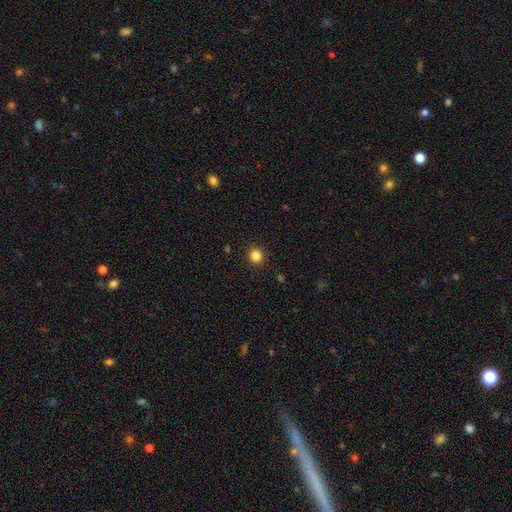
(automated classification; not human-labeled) A smooth galaxy with no disk features (85%) that is round (89%).

Vote fractions:
- Smooth or featured? smooth: 85% / star or artifact: 12% / featured or disk: 4%
- How rounded? round: 89% / in between: 10% / cigar-shaped: 1%
- Merging? none: 91% / minor disturbance: 6% / major disturbance: 2% / merger: 1%